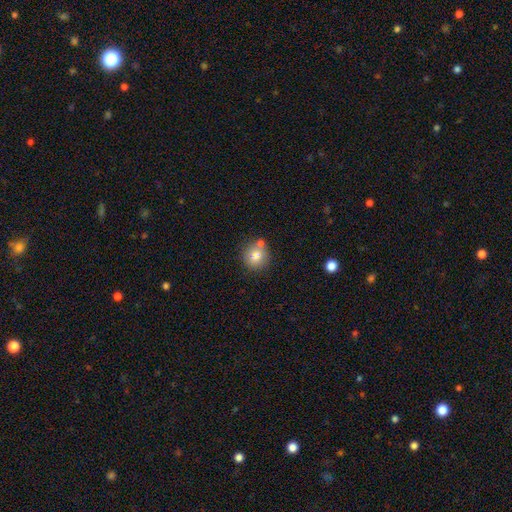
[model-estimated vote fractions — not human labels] smooth-or-featured: smooth: 78% | featured or disk: 12% | star or artifact: 10%
  how-rounded: round: 87% | in between: 12% | cigar-shaped: 1%
  merging: none: 65% | merger: 19% | minor disturbance: 13% | major disturbance: 3%